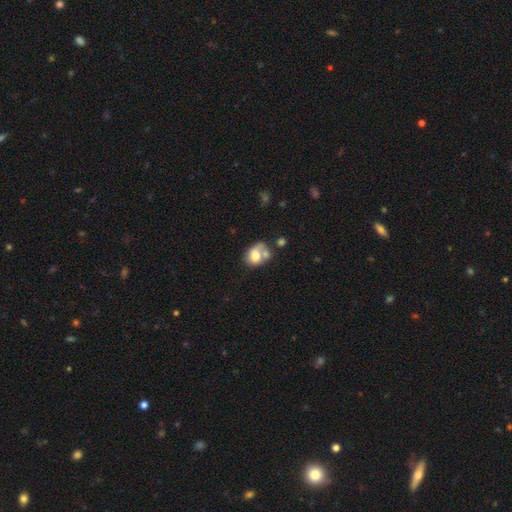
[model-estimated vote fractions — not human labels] smooth 68%, featured or disk 24%, star or artifact 9%. Down the decision tree: how rounded — in between (57%); merging — merger (45%).